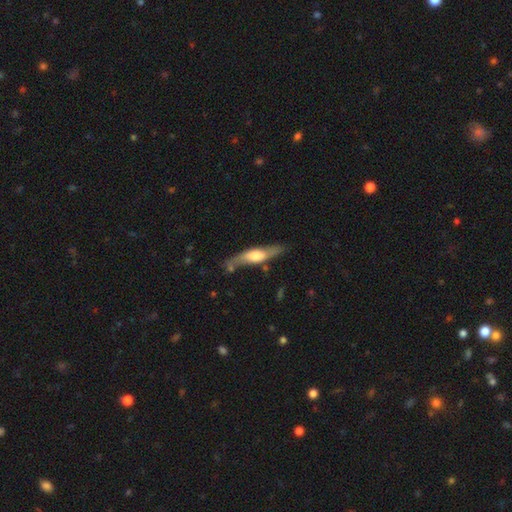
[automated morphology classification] featured or disk 56%, smooth 38%, star or artifact 5%. Down the decision tree: edge-on disk — yes (74%); merging — none (69%).